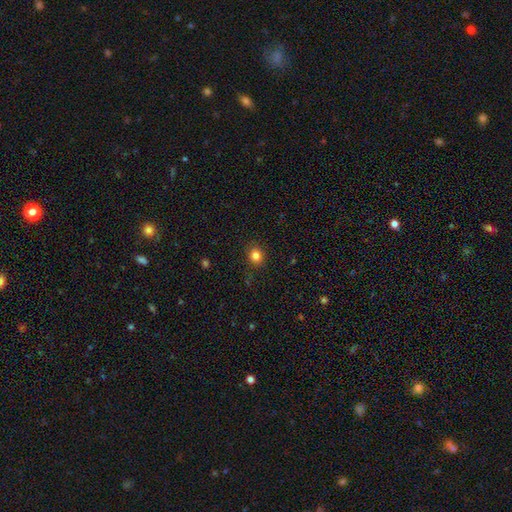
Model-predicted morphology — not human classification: This is clearly a smooth galaxy (83%). How rounded: likely round (69%). Merging: clearly none (86%).